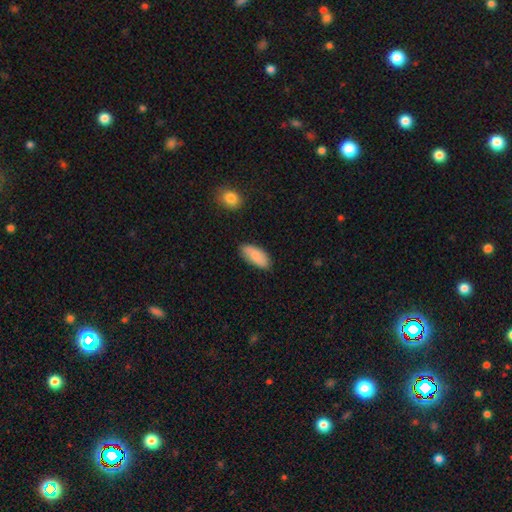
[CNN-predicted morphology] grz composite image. It shows a smooth galaxy with no disk features (85%) that is in between round and cigar-shaped (88%). Merging: none (80%).